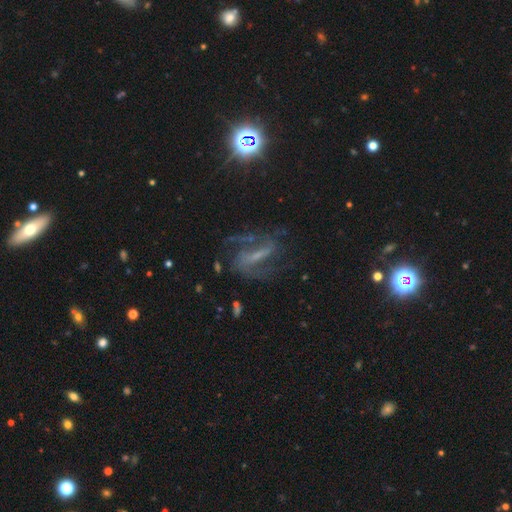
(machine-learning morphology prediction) featured or disk 78%, star or artifact 13%, smooth 9%. Down the decision tree: edge-on disk — no (92%); bar — strong (57%); spiral arms — yes (92%); spiral arm count — 2 (79%); spiral winding — medium (50%); bulge size — small (41%); merging — none (62%).